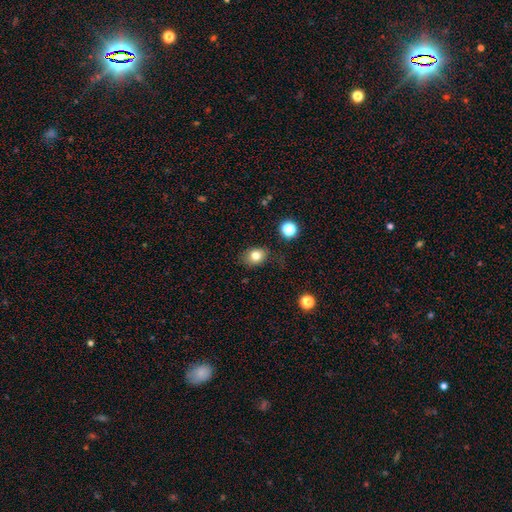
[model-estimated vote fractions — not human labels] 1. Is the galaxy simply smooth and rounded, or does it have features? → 80% smooth, 11% star or artifact, 9% featured or disk.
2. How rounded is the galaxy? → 56% in between, 43% round, 1% cigar-shaped.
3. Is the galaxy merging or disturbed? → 79% none, 15% minor disturbance, 4% major disturbance, 2% merger.